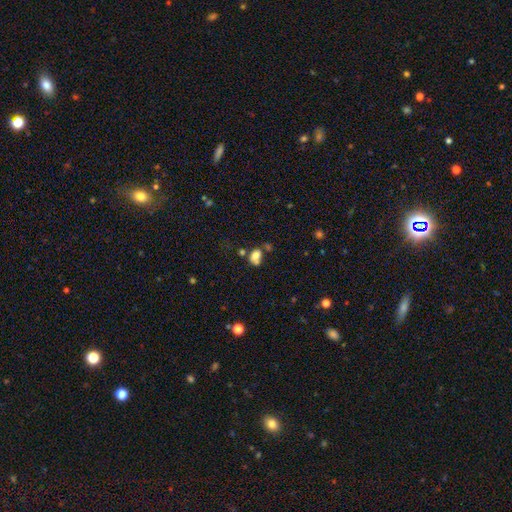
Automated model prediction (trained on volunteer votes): A smooth galaxy with no disk features (73%) that is in between round and cigar-shaped (65%).

Vote fractions:
- Smooth or featured? smooth: 73% / featured or disk: 15% / star or artifact: 12%
- How rounded? in between: 65% / round: 34% / cigar-shaped: 1%
- Merging? none: 36% / merger: 32% / minor disturbance: 20% / major disturbance: 12%